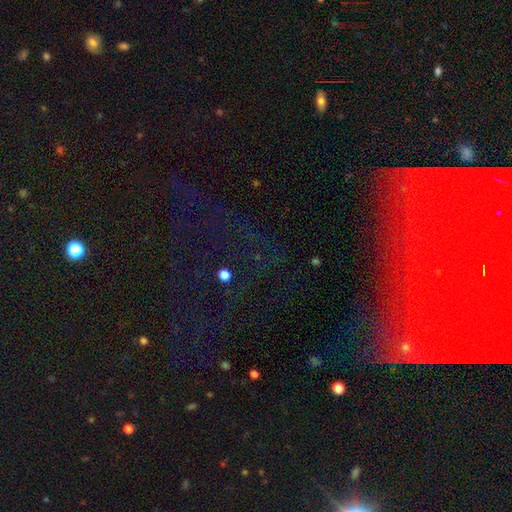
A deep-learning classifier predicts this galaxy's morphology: smooth-or-featured: star or artifact: 59% | featured or disk: 25% | smooth: 16%